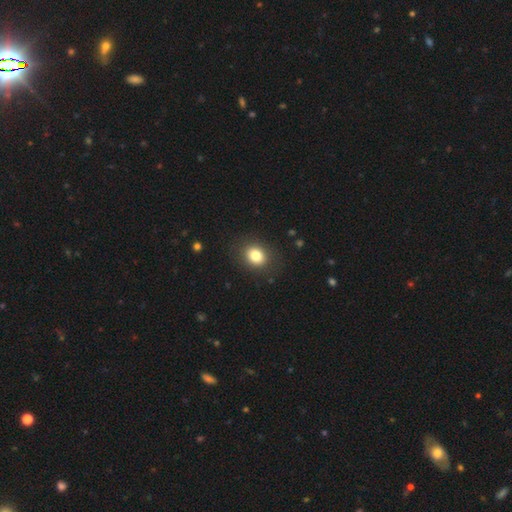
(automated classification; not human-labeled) A smooth galaxy with no disk features (82%) that is round (52%). Merging: none (85%).